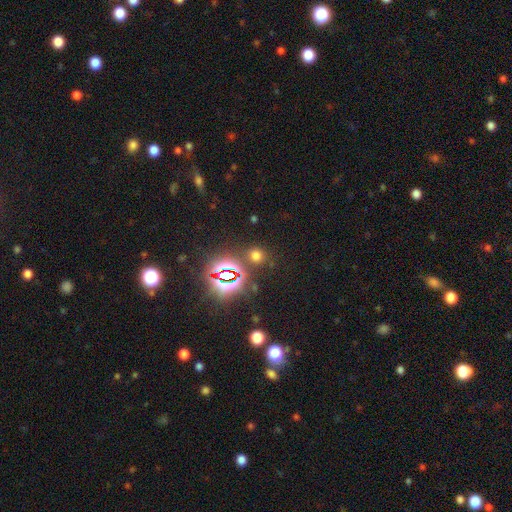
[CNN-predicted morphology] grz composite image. It shows a smooth galaxy with no disk features (55%) that is round (84%). Merging: none (81%).